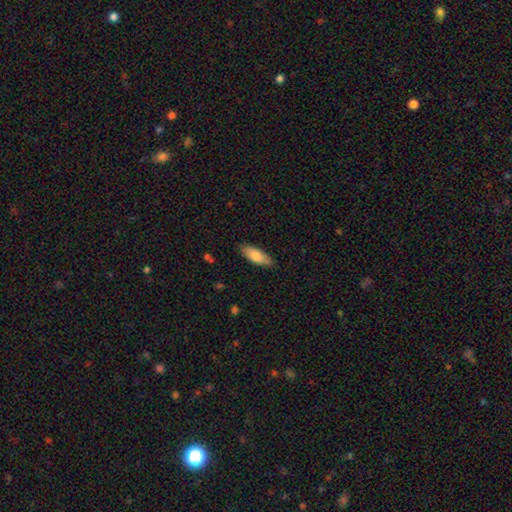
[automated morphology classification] smooth-or-featured: smooth: 80% | featured or disk: 15% | star or artifact: 6%
  how-rounded: in between: 71% | cigar-shaped: 27% | round: 2%
  merging: none: 85% | minor disturbance: 12% | major disturbance: 2% | merger: 1%